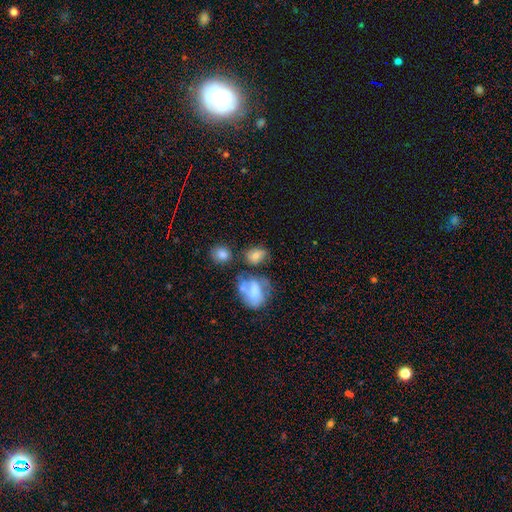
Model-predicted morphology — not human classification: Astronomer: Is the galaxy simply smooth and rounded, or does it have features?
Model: smooth — 68%.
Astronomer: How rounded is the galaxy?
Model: in between — 62%.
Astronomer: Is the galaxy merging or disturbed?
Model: none — 49%.